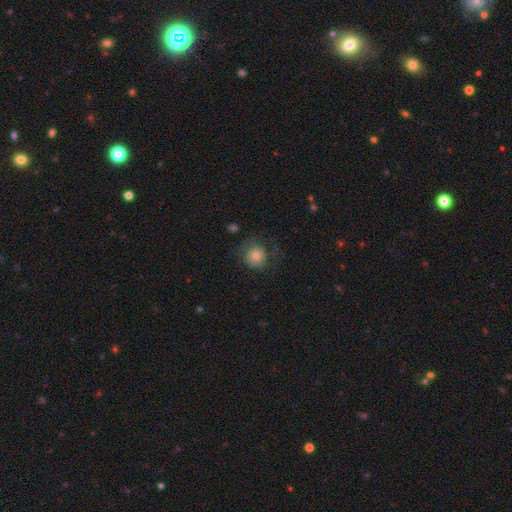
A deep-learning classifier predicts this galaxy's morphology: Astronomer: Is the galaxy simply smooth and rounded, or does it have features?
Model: smooth — 72%.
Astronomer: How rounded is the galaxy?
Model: round — 85%.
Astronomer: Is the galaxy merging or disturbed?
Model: none — 56%.